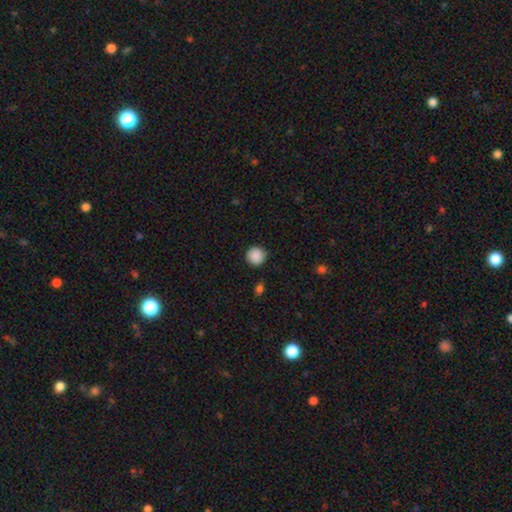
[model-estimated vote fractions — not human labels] The model was most divided on "merging": none: 85%, minor disturbance: 11%, major disturbance: 3%, merger: 2%. More confident: how rounded — round (94%); smooth or featured — smooth (88%).